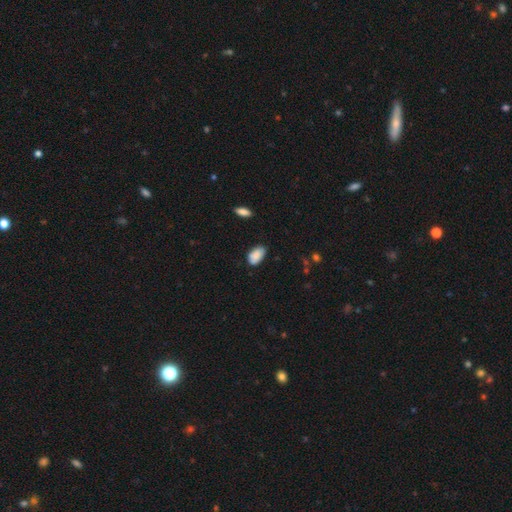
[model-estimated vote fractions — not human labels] smooth_or_featured: smooth (p=0.87) [alt: star or artifact p=0.07]
how_rounded: in between (p=0.94) [alt: round p=0.04]
merging: none (p=0.72) [alt: minor disturbance p=0.23]